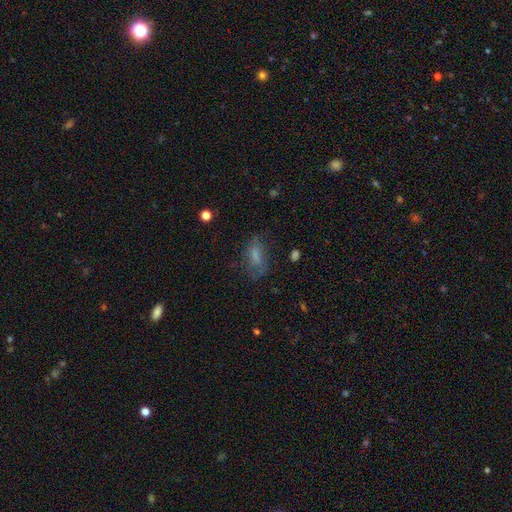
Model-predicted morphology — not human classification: type=smooth (66%); roundness=in between (82%); merging=none (59%).